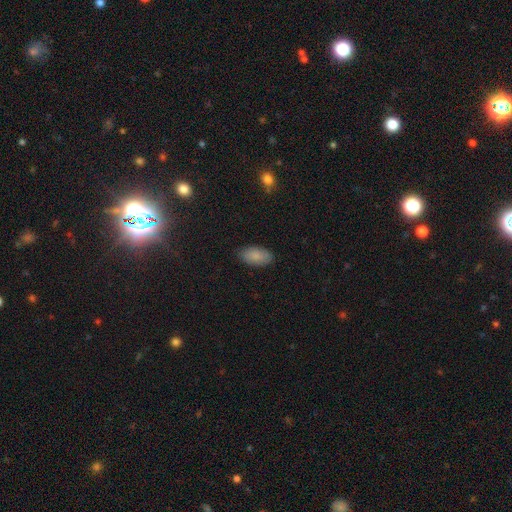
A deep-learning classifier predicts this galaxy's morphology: type=smooth (86%); roundness=in between (94%); merging=none (85%).